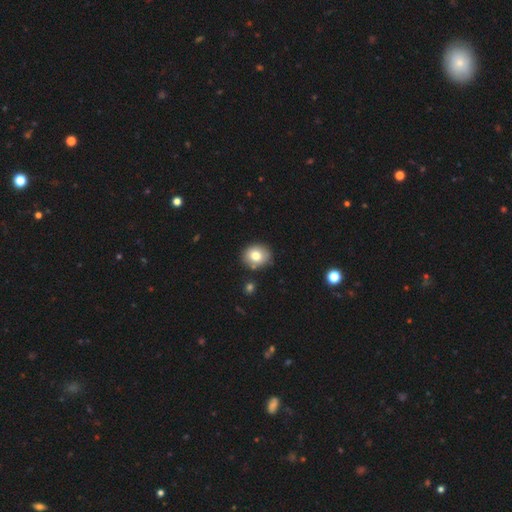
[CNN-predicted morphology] Smooth or featured? Predicted: smooth (p=0.78). How rounded? Predicted: round (p=0.64). Merging? Predicted: none (p=0.82).